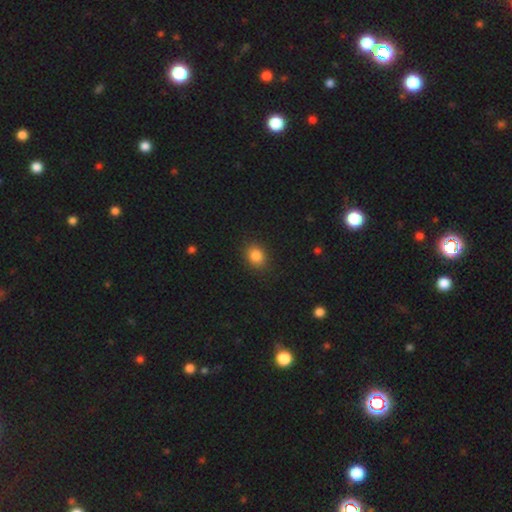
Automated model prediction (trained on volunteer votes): smooth 85%, star or artifact 11%, featured or disk 5%. Down the decision tree: how rounded — round (55%); merging — none (87%).